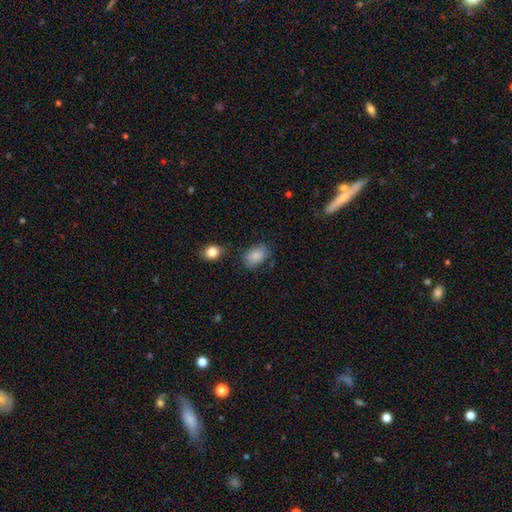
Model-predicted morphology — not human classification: Smooth or featured?
  - smooth: 87% *
  - star or artifact: 8%
  - featured or disk: 6%
How rounded?
  - in between: 84% *
  - round: 14%
  - cigar-shaped: 1%
Merging?
  - none: 68% *
  - minor disturbance: 22%
  - major disturbance: 6%
  - merger: 4%